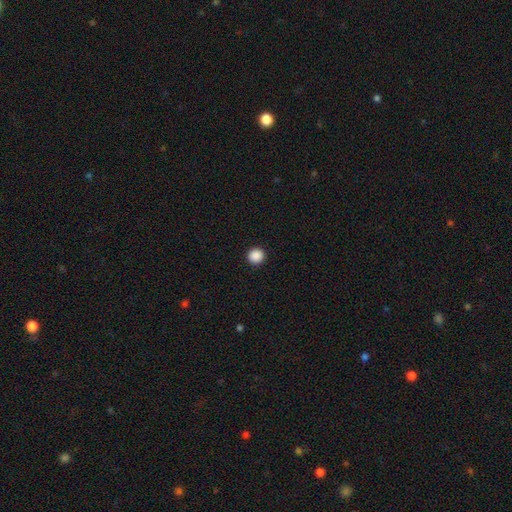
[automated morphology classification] type=smooth (89%); roundness=round (95%); merging=none (94%).